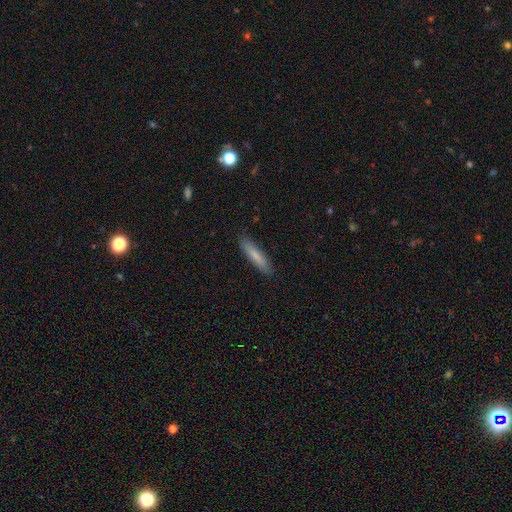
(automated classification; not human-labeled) Morphology: type=smooth (78%); roundness=cigar-shaped (84%); merging=none (89%).